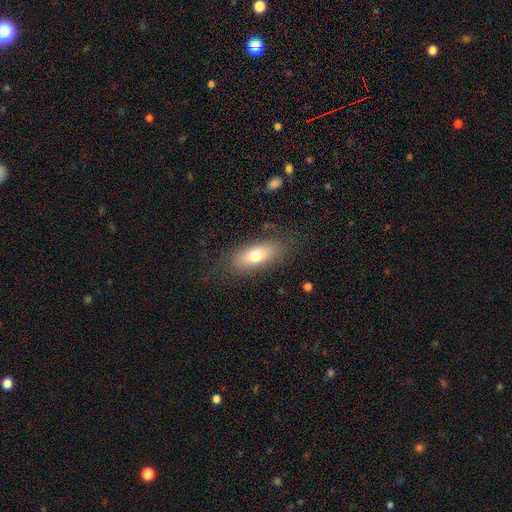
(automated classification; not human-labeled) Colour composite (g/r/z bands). It shows a smooth galaxy with no disk features (70%) that is in between round and cigar-shaped (75%). Merging: none (79%).